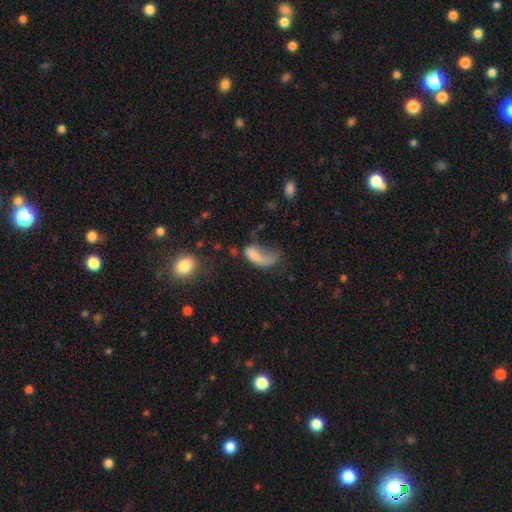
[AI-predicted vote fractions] Smooth or featured? Predicted: smooth (p=0.66). How rounded? Predicted: in between (p=0.84). Merging? Predicted: major disturbance (p=0.55).